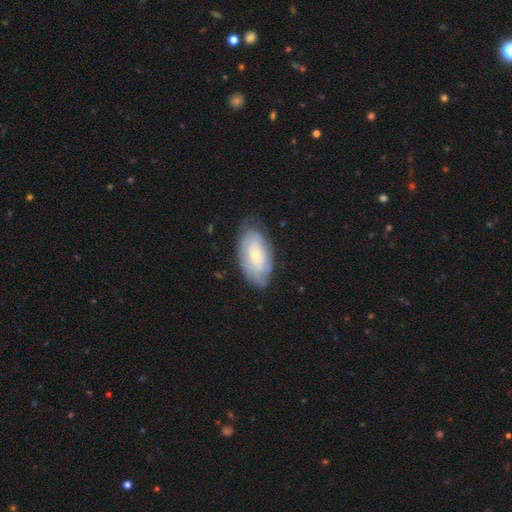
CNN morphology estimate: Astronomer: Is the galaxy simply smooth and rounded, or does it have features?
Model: featured or disk — 50% (runner-up: smooth, 44%).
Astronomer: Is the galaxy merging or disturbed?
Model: none — 72%.